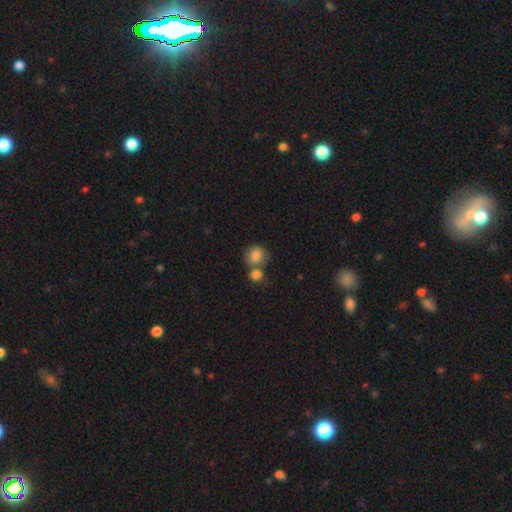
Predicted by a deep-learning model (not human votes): Smooth or featured: smooth — 84% (star or artifact — 8%)
How rounded: round — 78% (in between — 21%)
Merging: none — 45% (merger — 40%)